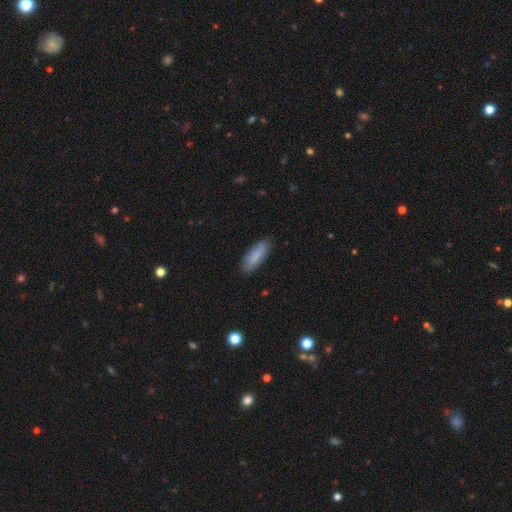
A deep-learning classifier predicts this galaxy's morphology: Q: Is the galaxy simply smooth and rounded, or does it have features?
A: smooth — 85%.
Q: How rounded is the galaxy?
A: in between — 57%.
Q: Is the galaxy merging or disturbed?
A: none — 85%.